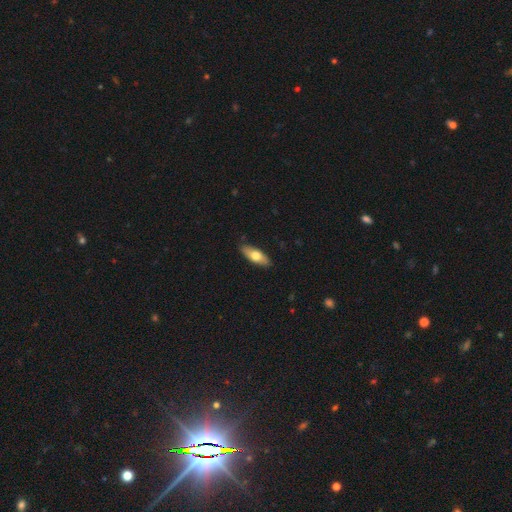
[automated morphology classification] Smooth or featured: smooth — 67% (featured or disk — 28%)
How rounded: in between — 70% (cigar-shaped — 28%)
Merging: none — 87% (minor disturbance — 10%)